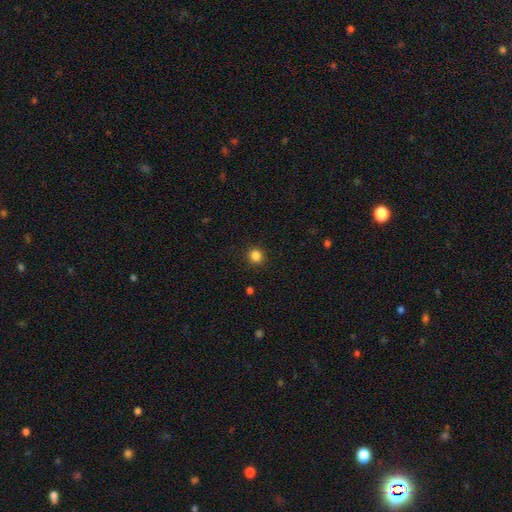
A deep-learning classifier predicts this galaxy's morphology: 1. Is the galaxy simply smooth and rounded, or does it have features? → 85% smooth, 12% star or artifact, 4% featured or disk.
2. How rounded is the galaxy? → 89% round, 10% in between, 1% cigar-shaped.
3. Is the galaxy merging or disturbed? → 91% none, 6% minor disturbance, 2% major disturbance, 1% merger.